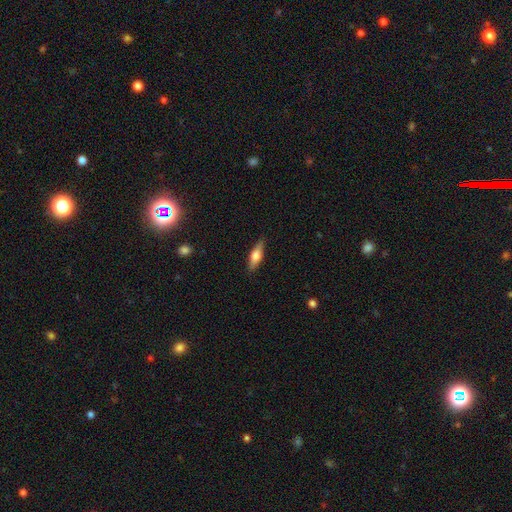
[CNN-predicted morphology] A smooth galaxy with no disk features (55%) that is in between round and cigar-shaped (49%). Merging: none (85%).